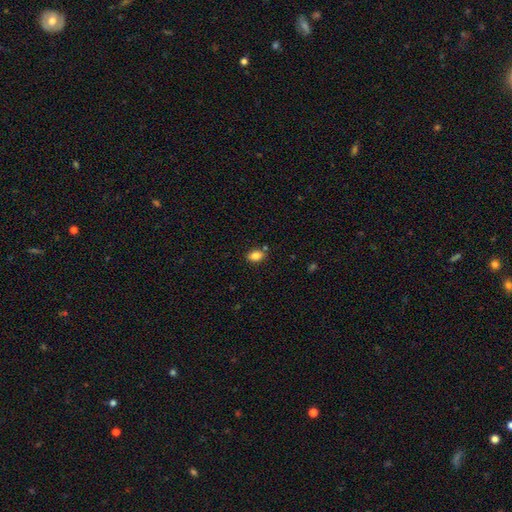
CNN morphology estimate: Smooth or featured?
  - smooth: 84% *
  - star or artifact: 10%
  - featured or disk: 7%
How rounded?
  - in between: 80% *
  - round: 19%
  - cigar-shaped: 2%
Merging?
  - none: 78% *
  - minor disturbance: 12%
  - merger: 8%
  - major disturbance: 3%